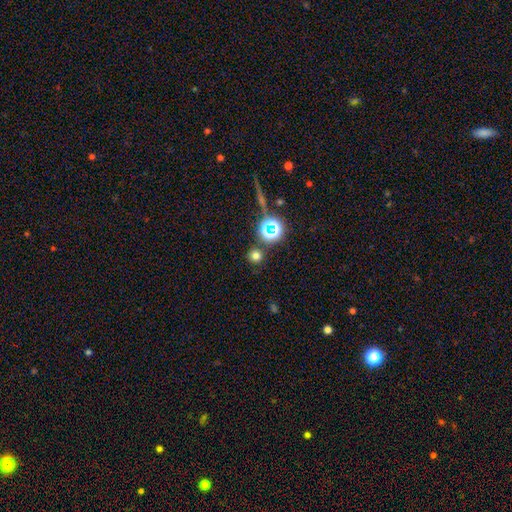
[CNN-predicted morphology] Smooth or featured? Predicted: smooth (p=0.68). How rounded? Predicted: round (p=0.92). Merging? Predicted: none (p=0.84).